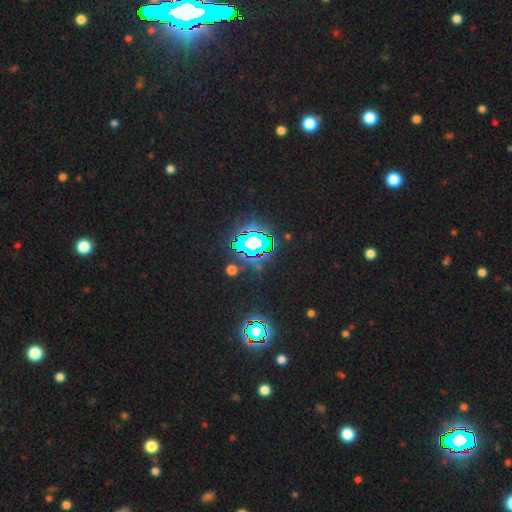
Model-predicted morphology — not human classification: This is clearly a star or artifact rather than a galaxy (85%).